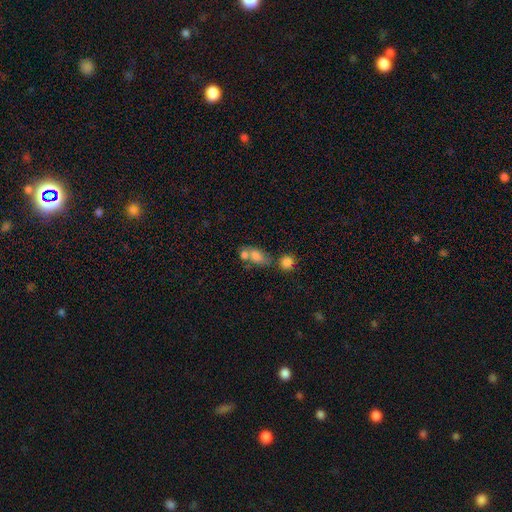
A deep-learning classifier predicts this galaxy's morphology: smooth_or_featured: smooth (p=0.74) [alt: featured or disk p=0.14]
how_rounded: in between (p=0.77) [alt: round p=0.19]
merging: merger (p=0.42) [alt: none p=0.37]